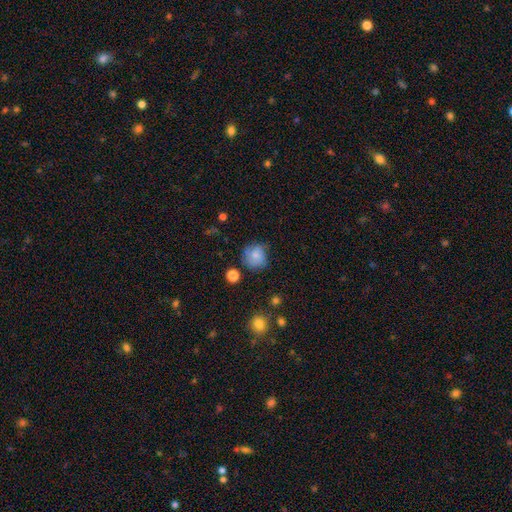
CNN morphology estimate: smooth-or-featured: smooth: 72% | featured or disk: 18% | star or artifact: 10%
  how-rounded: round: 83% | in between: 16% | cigar-shaped: 1%
  merging: none: 65% | minor disturbance: 25% | major disturbance: 7% | merger: 3%